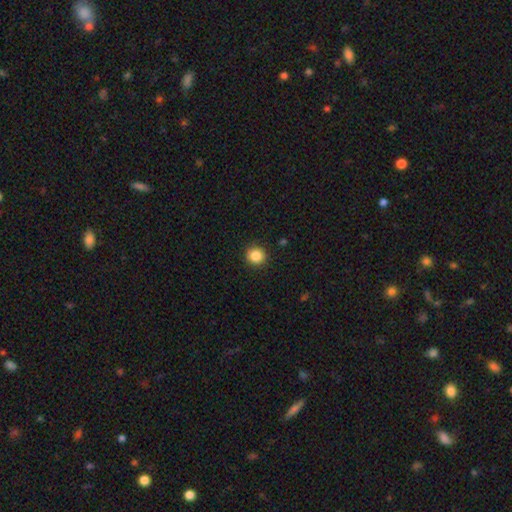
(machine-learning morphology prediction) smooth_or_featured: smooth (p=0.86) [alt: star or artifact p=0.10]
how_rounded: round (p=0.90) [alt: in between p=0.09]
merging: none (p=0.90) [alt: minor disturbance p=0.07]